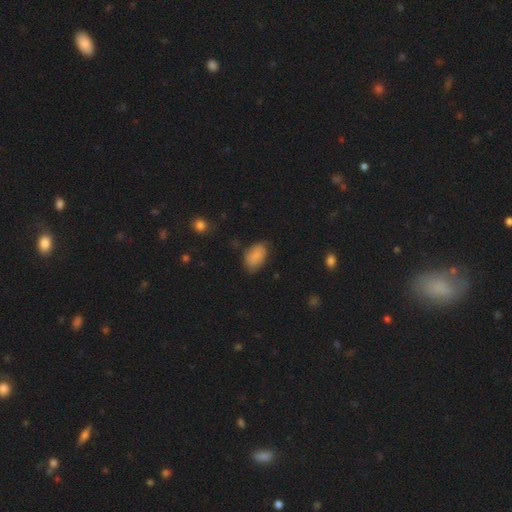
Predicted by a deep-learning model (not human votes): smooth-or-featured: smooth: 85% | star or artifact: 8% | featured or disk: 7%
  how-rounded: in between: 92% | round: 6% | cigar-shaped: 2%
  merging: none: 71% | minor disturbance: 22% | major disturbance: 5% | merger: 2%